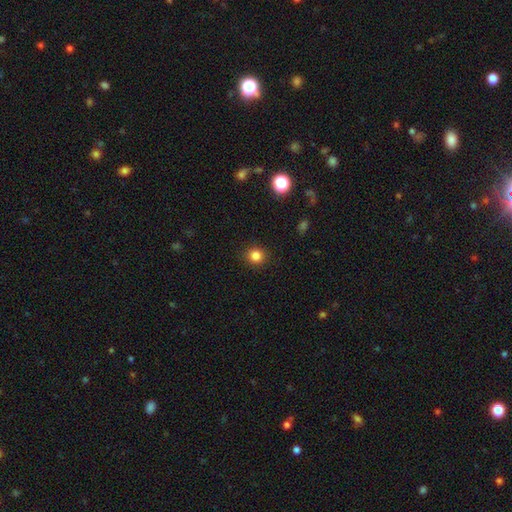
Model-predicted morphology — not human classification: The model was most divided on "smooth or featured": smooth: 83%, star or artifact: 13%, featured or disk: 4%. More confident: merging — none (91%); how rounded — round (90%).